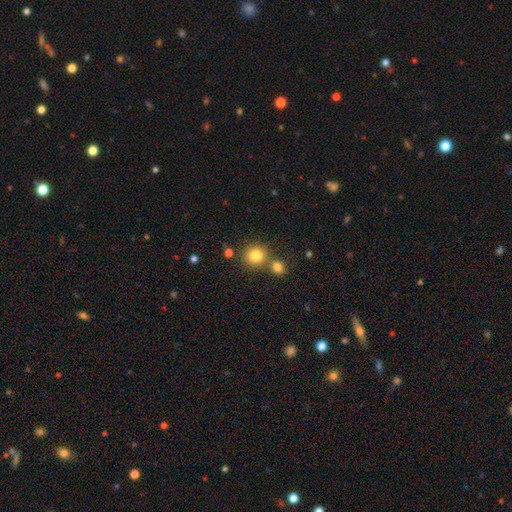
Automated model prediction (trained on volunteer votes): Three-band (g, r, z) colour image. It shows a smooth galaxy with no disk features (82%) that is round (90%). Merging: none (65%).